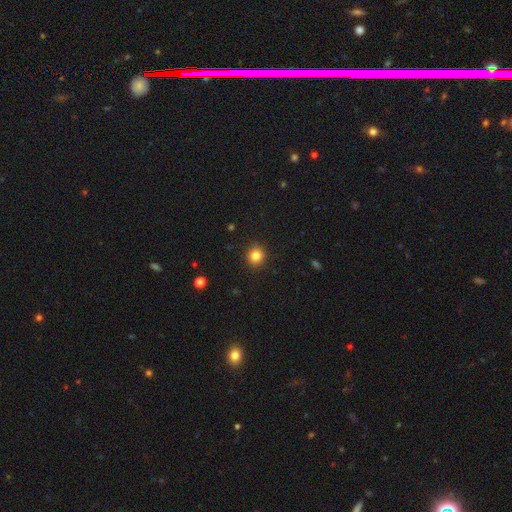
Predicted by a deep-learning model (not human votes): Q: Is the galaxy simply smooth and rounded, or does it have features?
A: smooth — 83%.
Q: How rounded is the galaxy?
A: round — 90%.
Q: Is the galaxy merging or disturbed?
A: none — 91%.